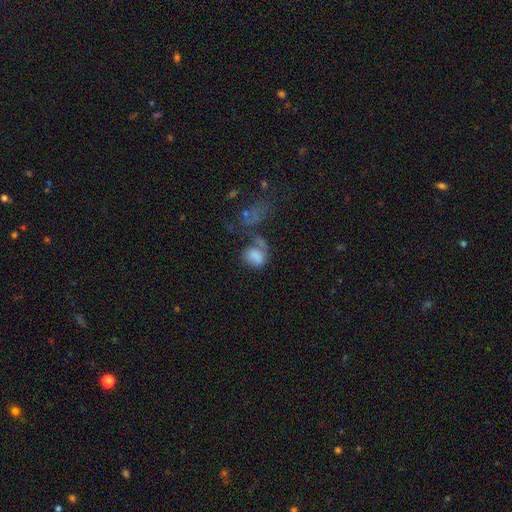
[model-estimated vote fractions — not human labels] This is likely a smooth galaxy (74%). How rounded: likely in between (64%). Merging: marginally merger (33%).